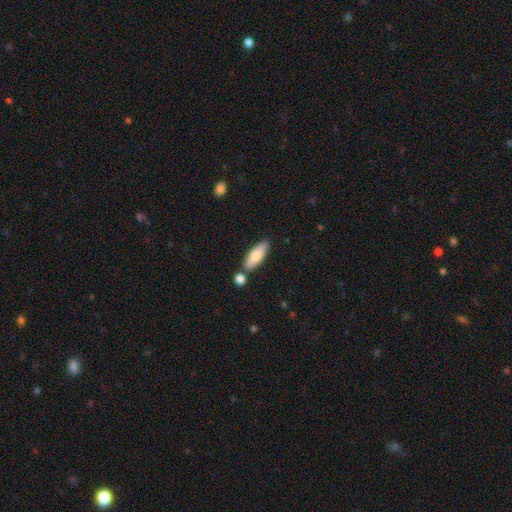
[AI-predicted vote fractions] Smooth or featured? Predicted: smooth (p=0.75). How rounded? Predicted: in between (p=0.68). Merging? Predicted: none (p=0.74).